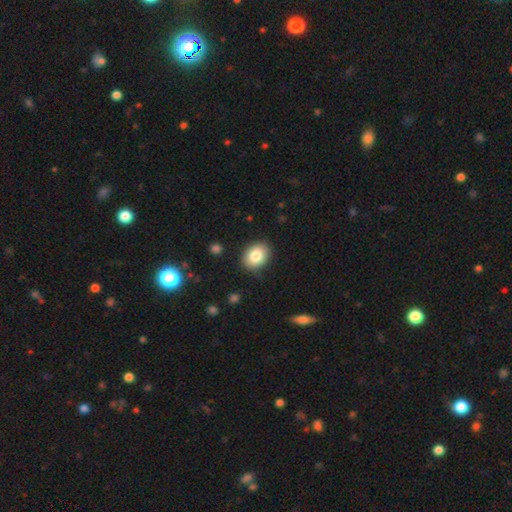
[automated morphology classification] A smooth galaxy with no disk features (83%) that is in between round and cigar-shaped (65%).

Vote fractions:
- Smooth or featured? smooth: 83% / featured or disk: 9% / star or artifact: 8%
- How rounded? in between: 65% / round: 35% / cigar-shaped: 1%
- Merging? none: 88% / minor disturbance: 9% / major disturbance: 2% / merger: 1%